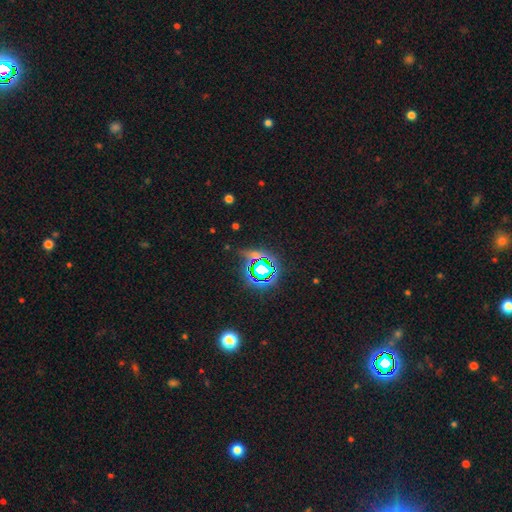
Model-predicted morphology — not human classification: Smooth or featured? Predicted: star or artifact (p=0.71).